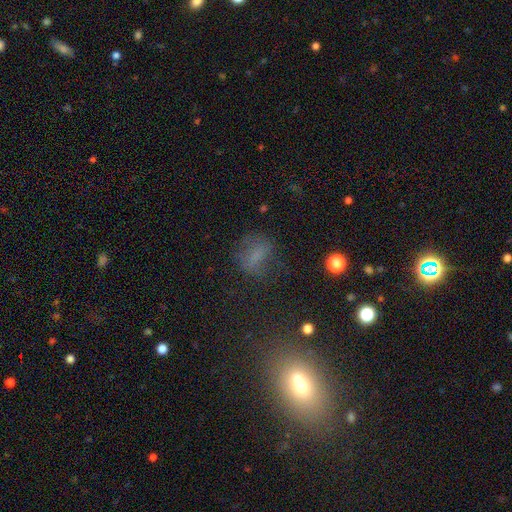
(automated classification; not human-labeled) Smooth or featured? smooth (60%)
How rounded? in between (57%)
Merging? none (58%)